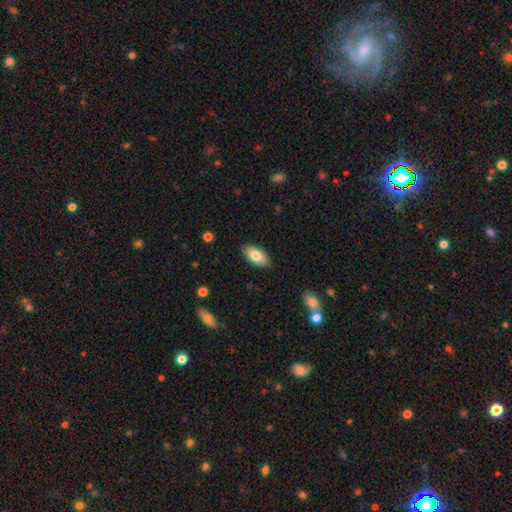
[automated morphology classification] A smooth galaxy with no disk features (80%) that is in between round and cigar-shaped (90%).

Vote fractions:
- Smooth or featured? smooth: 80% / featured or disk: 14% / star or artifact: 6%
- How rounded? in between: 90% / cigar-shaped: 7% / round: 3%
- Merging? none: 87% / minor disturbance: 10% / major disturbance: 2% / merger: 1%